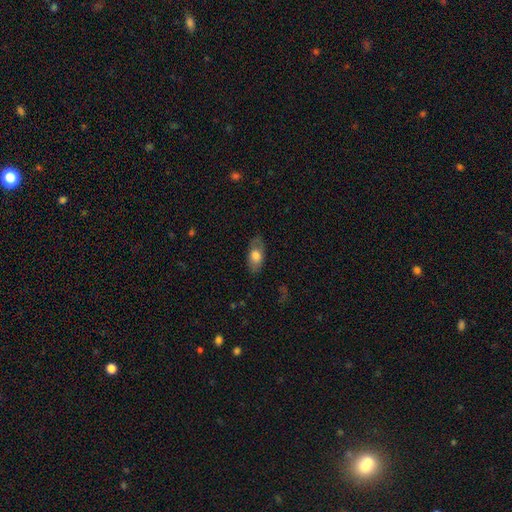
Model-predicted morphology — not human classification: Smooth or featured? smooth (67%)
How rounded? in between (89%)
Merging? none (76%)